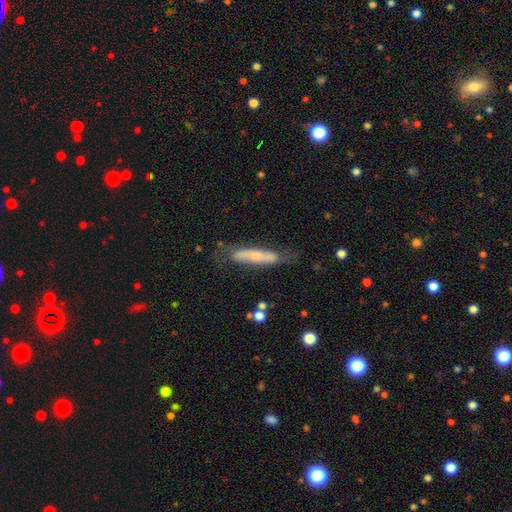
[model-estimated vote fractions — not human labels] A featured or disk galaxy (54%) viewed edge-on (57%). Merging: none (67%).